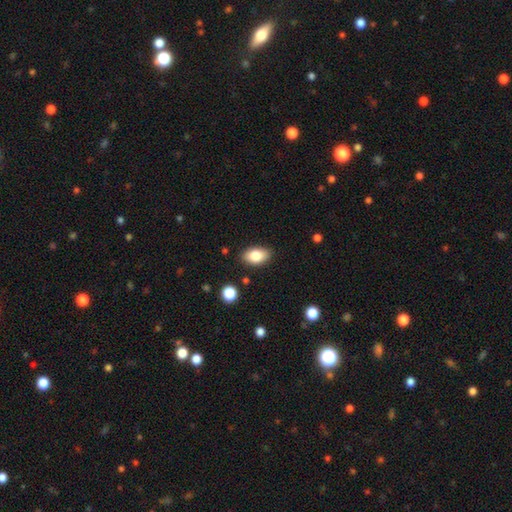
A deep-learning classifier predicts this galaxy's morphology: Smooth or featured?
  - smooth: 83% *
  - featured or disk: 9%
  - star or artifact: 8%
How rounded?
  - in between: 91% *
  - round: 7%
  - cigar-shaped: 2%
Merging?
  - none: 85% *
  - minor disturbance: 10%
  - major disturbance: 2%
  - merger: 2%